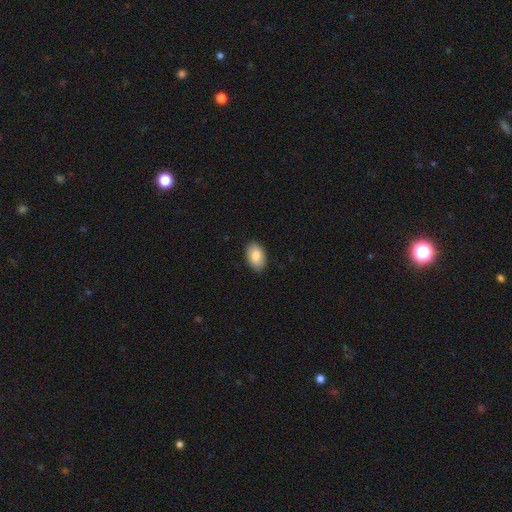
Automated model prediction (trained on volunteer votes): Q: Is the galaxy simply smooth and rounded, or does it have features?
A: smooth — 85%.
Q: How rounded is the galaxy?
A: in between — 92%.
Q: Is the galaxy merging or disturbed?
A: none — 88%.